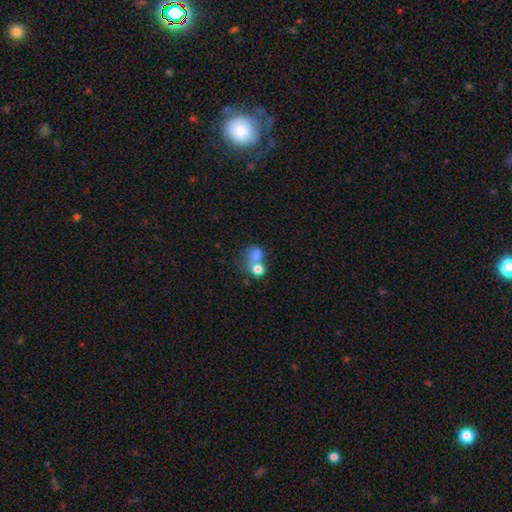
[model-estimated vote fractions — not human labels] smooth_or_featured: smooth (p=0.71) [alt: featured or disk p=0.17]
how_rounded: round (p=0.55) [alt: in between p=0.44]
merging: merger (p=0.60) [alt: none p=0.22]